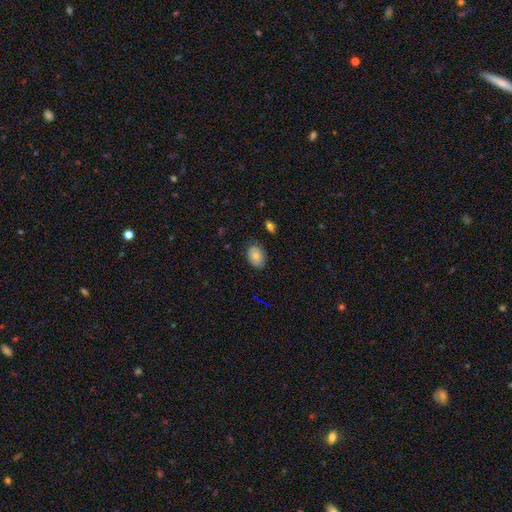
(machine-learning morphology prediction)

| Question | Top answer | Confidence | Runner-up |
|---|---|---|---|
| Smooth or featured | smooth | 63% | featured or disk (27%) |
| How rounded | in between | 72% | round (27%) |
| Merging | none | 77% | minor disturbance (18%) |